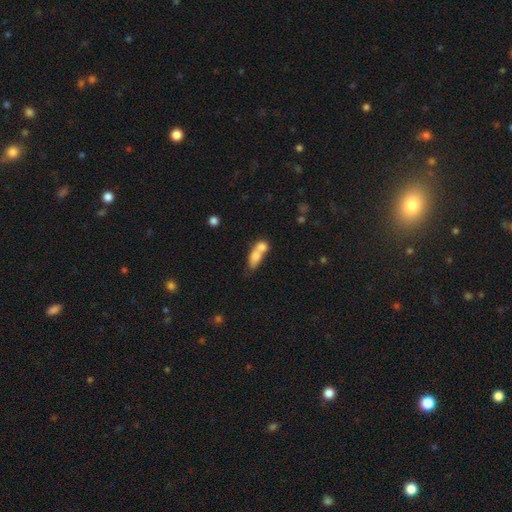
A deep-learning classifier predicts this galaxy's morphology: A smooth galaxy with no disk features (71%) that is in between round and cigar-shaped (68%). Merging: merger (69%).